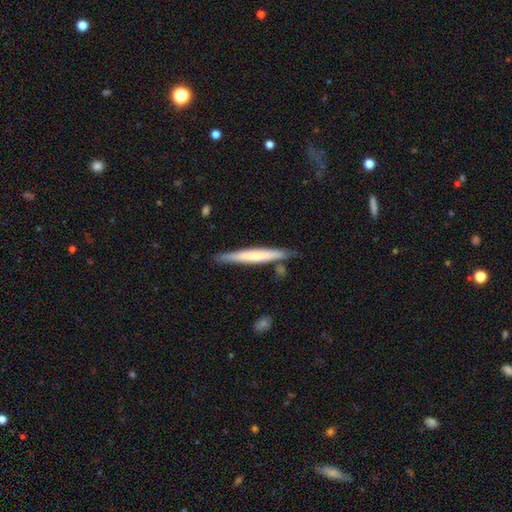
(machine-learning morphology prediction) Smooth or featured? Predicted: featured or disk (p=0.49). Merging? Predicted: none (p=0.81).